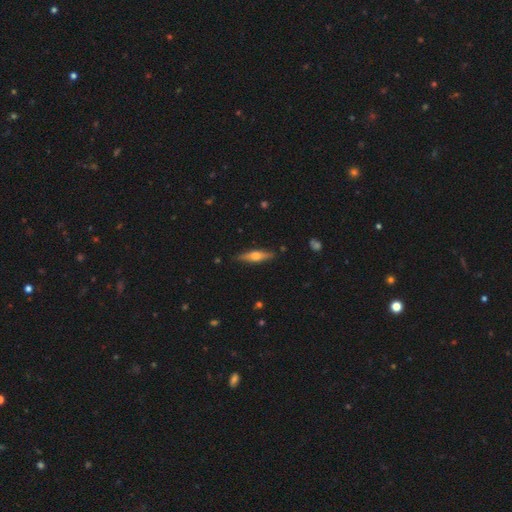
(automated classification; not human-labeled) This is possibly a featured or disk galaxy (56%). It is clearly viewed edge-on (94%). Edge-on bulge: clearly rounded (90%). Merging: clearly none (87%).